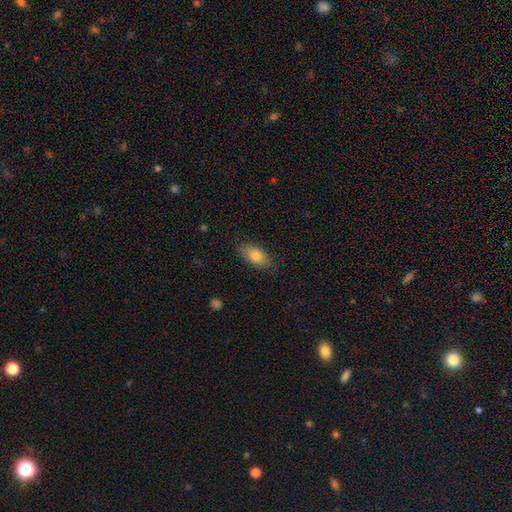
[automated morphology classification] smooth 79%, featured or disk 14%, star or artifact 7%. Down the decision tree: how rounded — in between (90%); merging — none (84%).